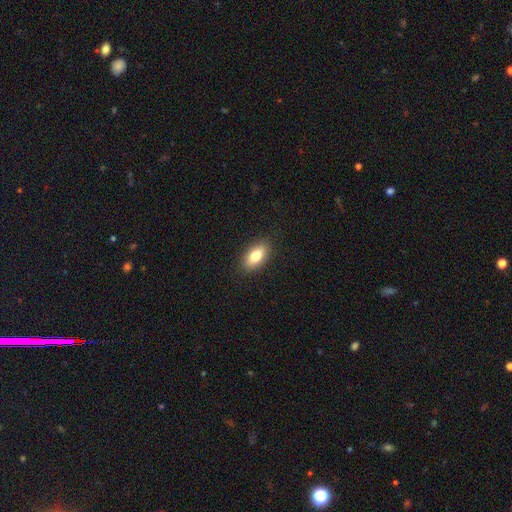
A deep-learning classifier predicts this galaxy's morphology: smooth-or-featured: smooth: 78% | featured or disk: 15% | star or artifact: 8%
  how-rounded: in between: 89% | cigar-shaped: 6% | round: 5%
  merging: none: 88% | minor disturbance: 9% | major disturbance: 2% | merger: 1%